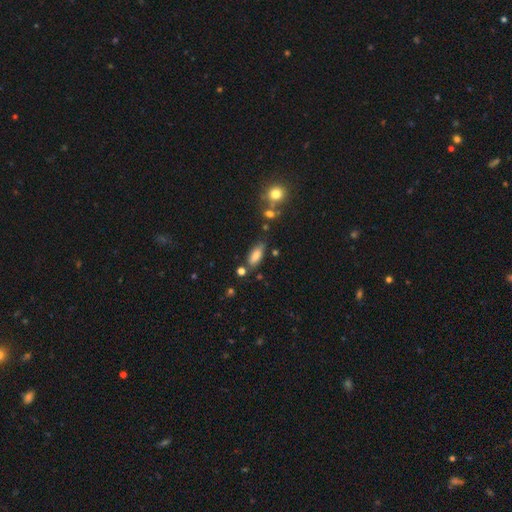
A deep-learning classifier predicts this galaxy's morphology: This is likely a smooth galaxy (79%). How rounded: likely in between (78%). Merging: likely none (69%).